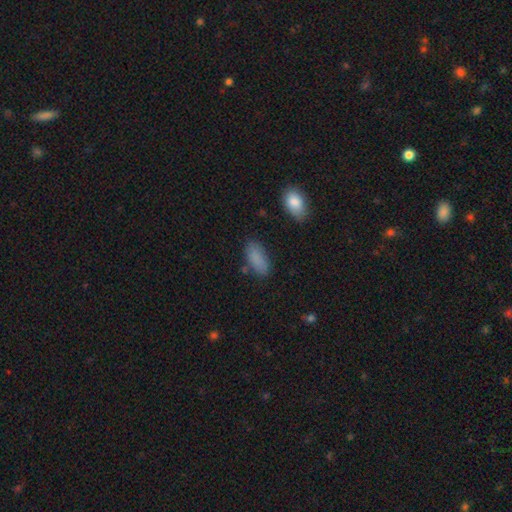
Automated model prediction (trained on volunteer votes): Morphology: type=smooth (85%); roundness=in between (90%); merging=none (74%).